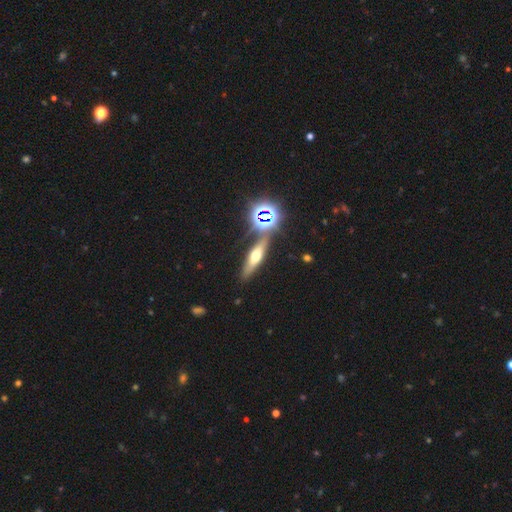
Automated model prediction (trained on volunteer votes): The model was most divided on "smooth or featured": featured or disk: 41%, smooth: 35%, star or artifact: 23%. More confident: merging — none (78%).